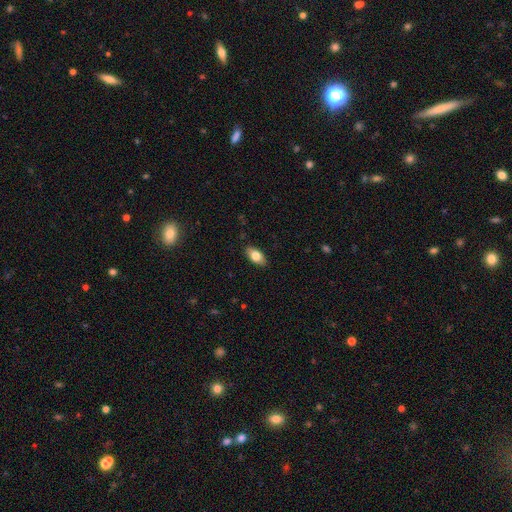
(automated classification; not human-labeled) Smooth or featured? smooth (78%)
How rounded? in between (90%)
Merging? none (87%)